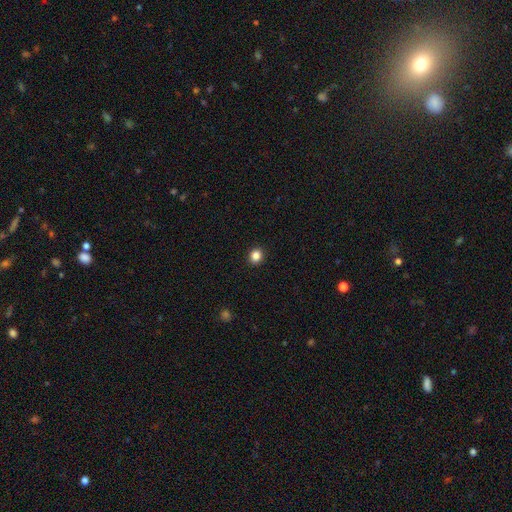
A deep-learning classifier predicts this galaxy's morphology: smooth 85%, star or artifact 11%, featured or disk 4%. Down the decision tree: how rounded — round (82%); merging — none (93%).